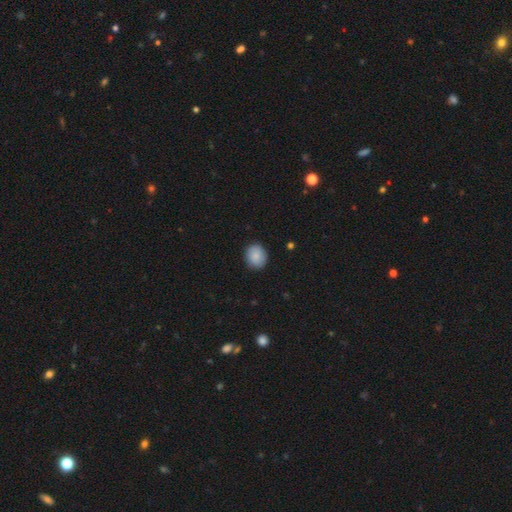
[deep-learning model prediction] This is clearly a smooth galaxy (86%). How rounded: likely round (71%). Merging: clearly none (87%).